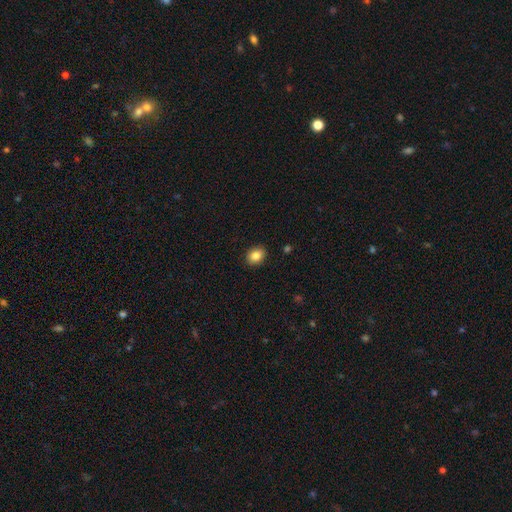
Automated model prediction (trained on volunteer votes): A smooth galaxy with no disk features (85%) that is in between round and cigar-shaped (61%). Merging: none (90%).